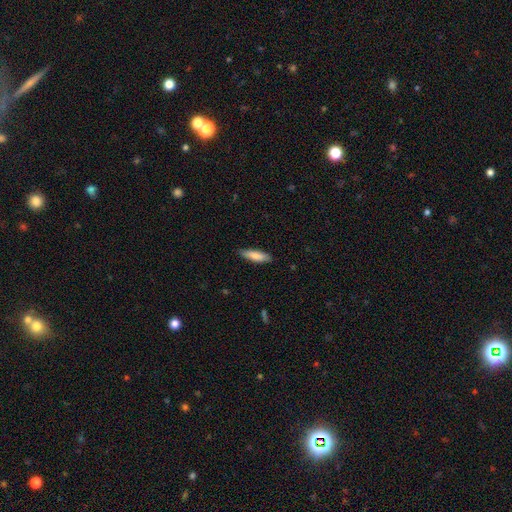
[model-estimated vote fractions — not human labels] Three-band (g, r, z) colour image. It shows a smooth galaxy with no disk features (81%) that is cigar-shaped (64%). Merging: none (86%).